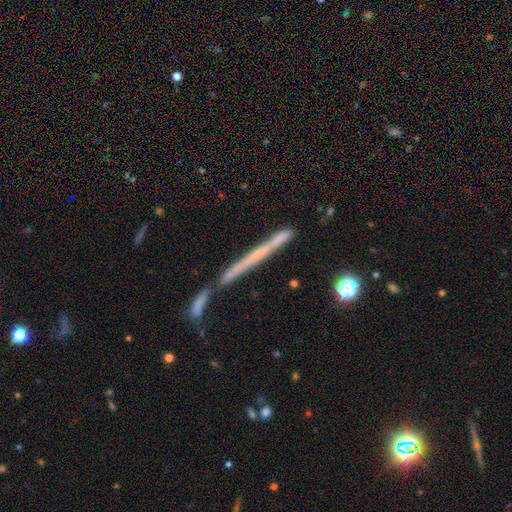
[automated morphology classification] Smooth or featured?
  - featured or disk: 54% *
  - smooth: 34%
  - star or artifact: 12%
Edge-on disk?
  - yes: 93% *
  - no: 7%
Edge-on bulge?
  - none: 86% *
  - rounded: 9%
  - boxy: 5%
Merging?
  - none: 68% *
  - minor disturbance: 13%
  - merger: 13%
  - major disturbance: 6%